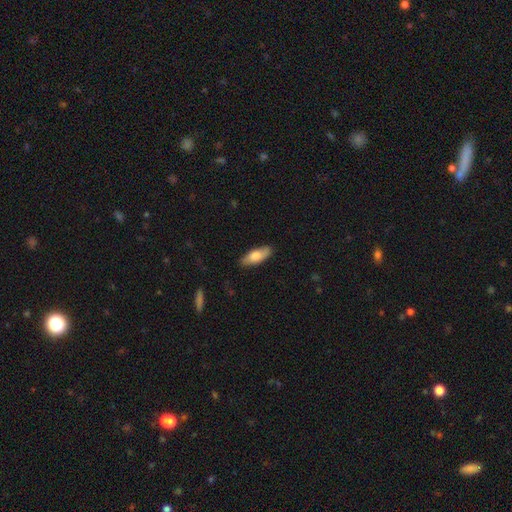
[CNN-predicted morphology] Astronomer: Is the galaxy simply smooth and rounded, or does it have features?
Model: smooth — 73%.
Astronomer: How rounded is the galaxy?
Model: in between — 70%.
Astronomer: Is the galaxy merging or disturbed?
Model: none — 84%.